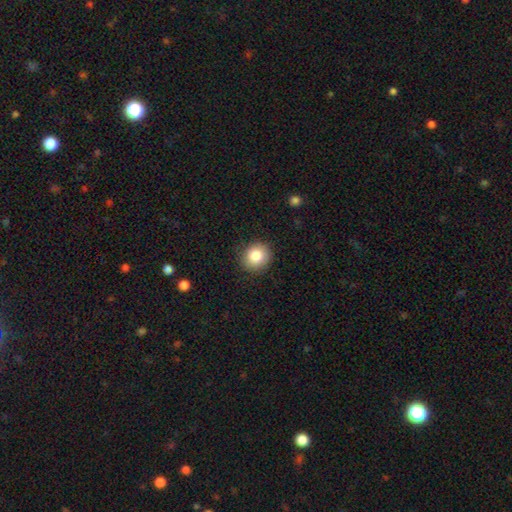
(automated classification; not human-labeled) Smooth or featured? Predicted: smooth (p=0.85). How rounded? Predicted: round (p=0.85). Merging? Predicted: none (p=0.88).